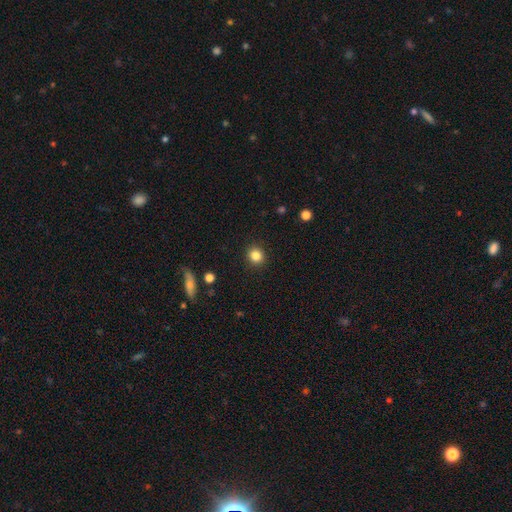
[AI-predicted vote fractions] Smooth or featured? Predicted: smooth (p=0.84). How rounded? Predicted: round (p=0.88). Merging? Predicted: none (p=0.91).